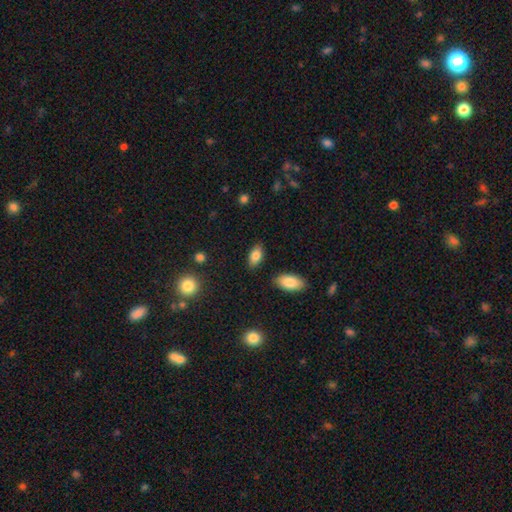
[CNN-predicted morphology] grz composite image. It shows a smooth galaxy with no disk features (84%) that is in between round and cigar-shaped (92%). Merging: none (85%).